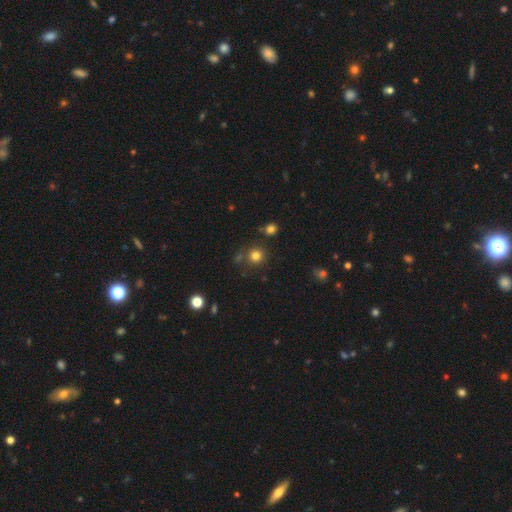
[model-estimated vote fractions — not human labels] The model was most divided on "smooth or featured": smooth: 79%, star or artifact: 15%, featured or disk: 6%. More confident: how rounded — round (92%); merging — none (79%).